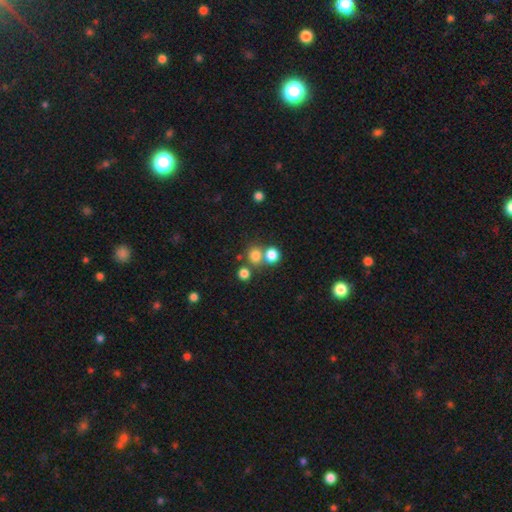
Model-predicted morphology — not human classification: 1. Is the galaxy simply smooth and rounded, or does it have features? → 76% smooth, 17% star or artifact, 8% featured or disk.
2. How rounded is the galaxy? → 84% round, 15% in between, 1% cigar-shaped.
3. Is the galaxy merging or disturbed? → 61% none, 29% merger, 7% minor disturbance, 3% major disturbance.